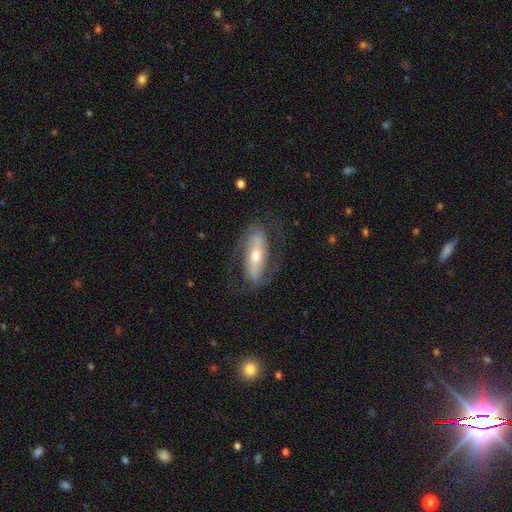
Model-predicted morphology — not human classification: Overall: featured or disk (76%). Edge-on disk: no (87%). Bar: strong (53%; weak 25%). Spiral arms: yes (83%). Spiral arm count: 2 (84%). Spiral winding: medium (45%; tight 29%). Bulge size: moderate (57%; small 36%). Merging: none (72%).